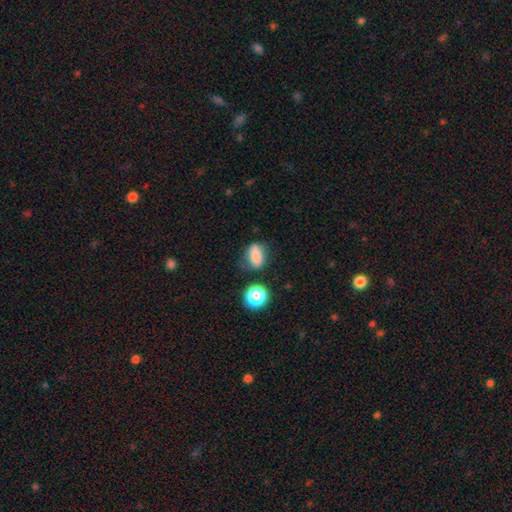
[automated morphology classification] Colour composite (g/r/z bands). It shows a smooth galaxy with no disk features (80%) that is in between round and cigar-shaped (77%). Merging: none (56%).